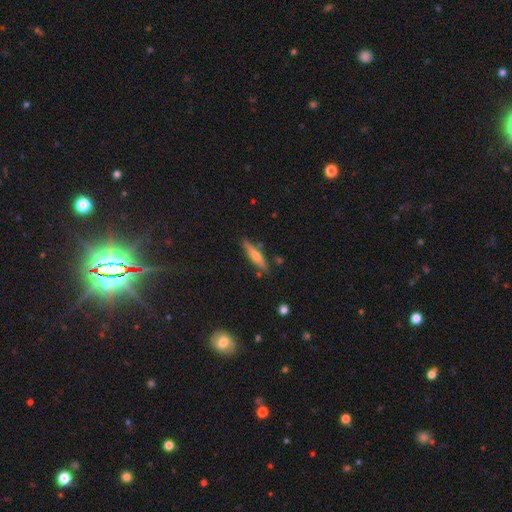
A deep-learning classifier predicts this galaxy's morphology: This appears to be a featured or disk galaxy (54%) viewed edge-on (94%) with a rounded central bulge (84%). Merging: none (85%).